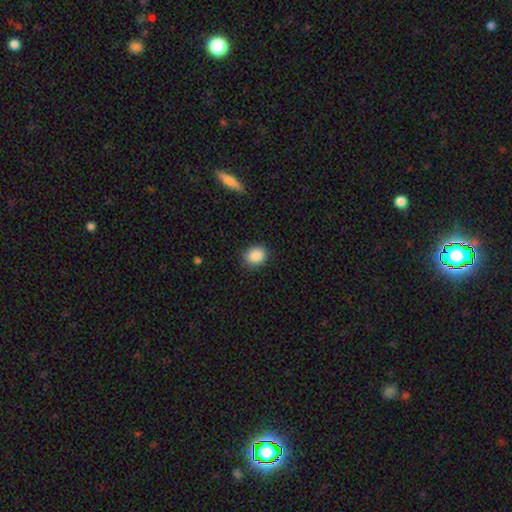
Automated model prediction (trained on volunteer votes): This appears to be a smooth galaxy with no disk features (88%) that is round (60%). Merging: none (86%).